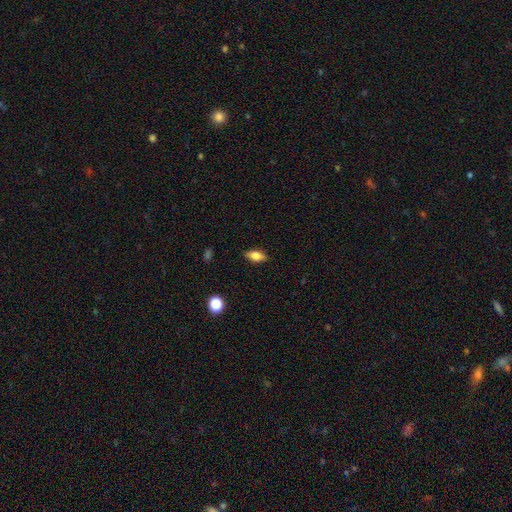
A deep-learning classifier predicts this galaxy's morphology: Smooth or featured?
  - smooth: 78% *
  - featured or disk: 14%
  - star or artifact: 8%
How rounded?
  - in between: 86% *
  - cigar-shaped: 9%
  - round: 5%
Merging?
  - none: 87% *
  - minor disturbance: 10%
  - major disturbance: 2%
  - merger: 1%